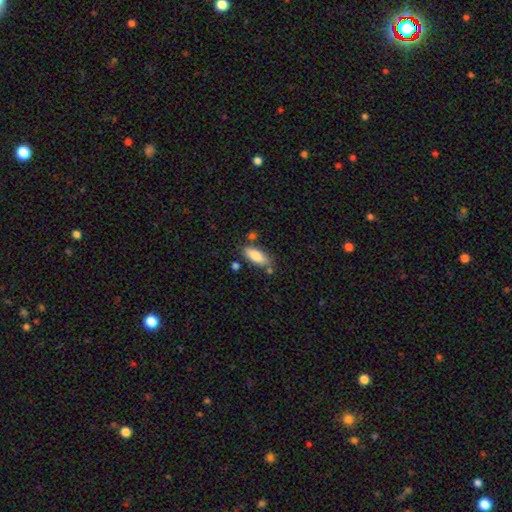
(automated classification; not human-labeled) Morphology: type=smooth (81%); roundness=in between (77%); merging=none (75%).